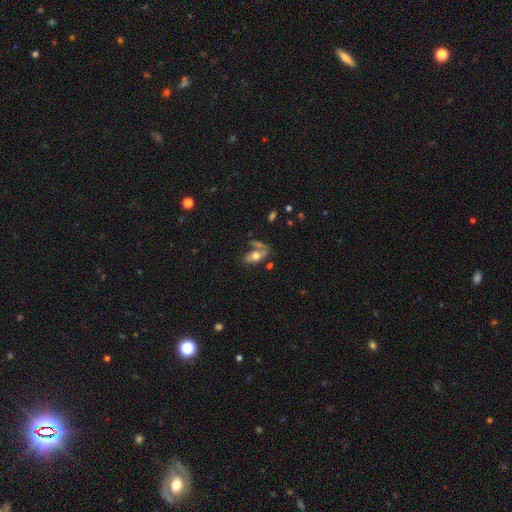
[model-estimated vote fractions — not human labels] Smooth or featured?
  - smooth: 53% *
  - featured or disk: 38%
  - star or artifact: 9%
How rounded?
  - in between: 88% *
  - round: 7%
  - cigar-shaped: 5%
Merging?
  - none: 37% *
  - merger: 26%
  - major disturbance: 19%
  - minor disturbance: 19%